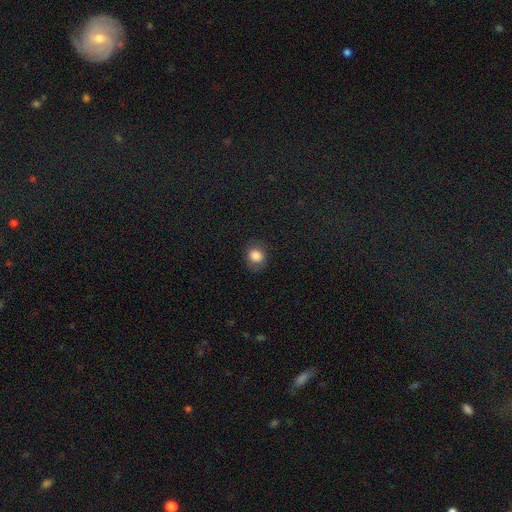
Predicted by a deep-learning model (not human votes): smooth-or-featured: smooth: 84% | star or artifact: 11% | featured or disk: 6%
  how-rounded: round: 69% | in between: 30% | cigar-shaped: 1%
  merging: none: 73% | minor disturbance: 19% | major disturbance: 7% | merger: 1%